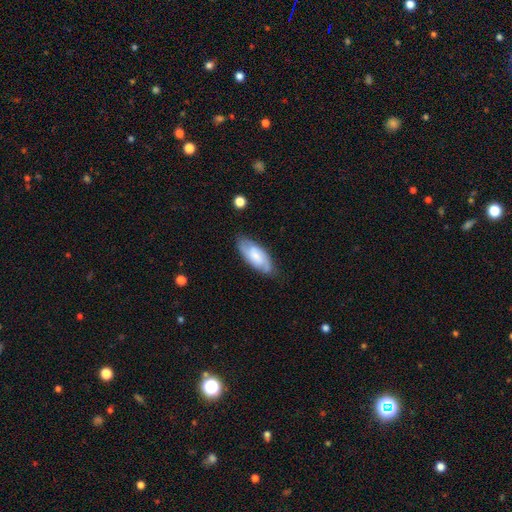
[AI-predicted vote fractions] Q: Smooth or featured?
A: featured or disk (50%); runner-up: smooth (43%)
Q: Edge-on disk?
A: no (88%); runner-up: yes (12%)
Q: Merging?
A: none (76%); runner-up: minor disturbance (18%)